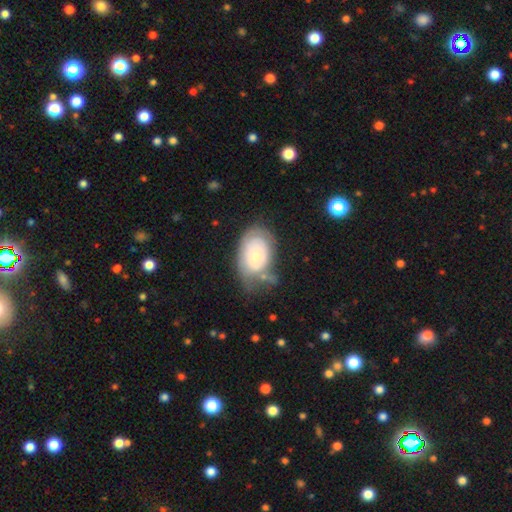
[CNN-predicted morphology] This appears to be a smooth galaxy with no disk features (50%) that is in between round and cigar-shaped (85%). Merging: none (41%).